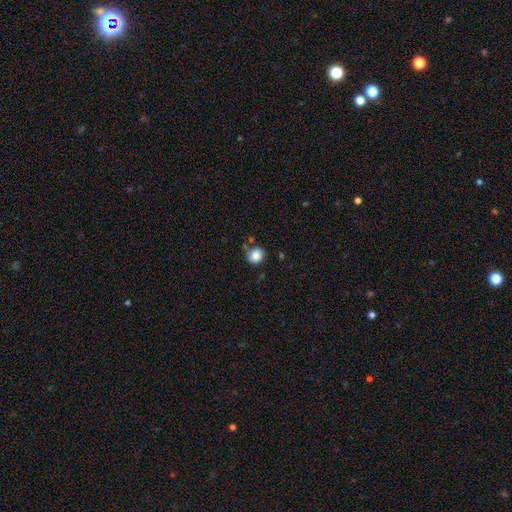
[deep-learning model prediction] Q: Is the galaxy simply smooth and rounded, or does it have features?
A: smooth — 81%.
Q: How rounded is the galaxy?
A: round — 86%.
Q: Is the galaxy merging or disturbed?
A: none — 72%.